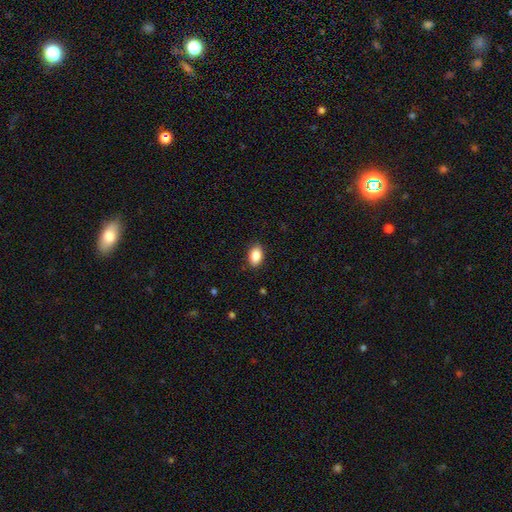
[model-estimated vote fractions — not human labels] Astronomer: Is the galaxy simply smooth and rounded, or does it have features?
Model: smooth — 87%.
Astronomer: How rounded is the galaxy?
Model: in between — 89%.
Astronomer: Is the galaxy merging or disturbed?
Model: none — 88%.